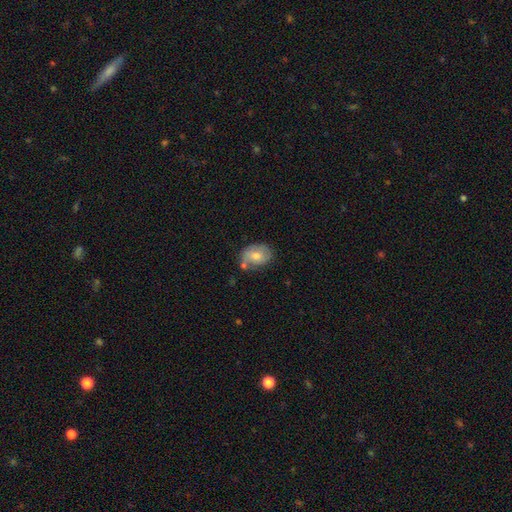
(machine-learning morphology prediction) This is possibly a smooth galaxy (59%). How rounded: likely in between (73%). Merging: possibly none (59%).